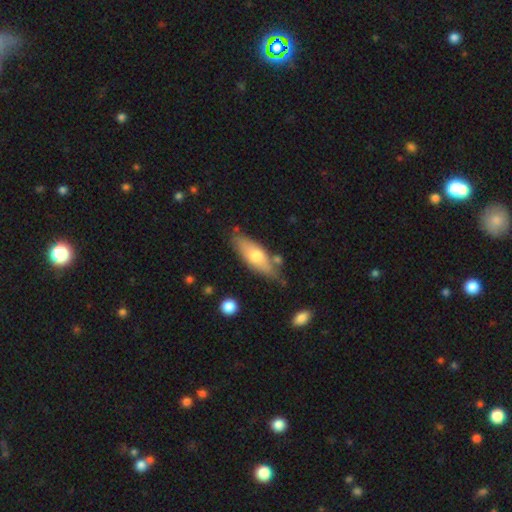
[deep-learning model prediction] smooth 61%, featured or disk 33%, star or artifact 5%. Down the decision tree: how rounded — in between (58%); merging — none (73%).